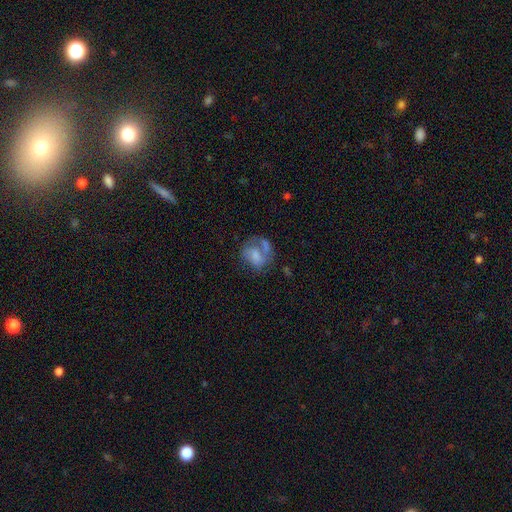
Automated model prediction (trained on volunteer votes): This appears to be a featured or disk galaxy (46%). Merging: none (37%).